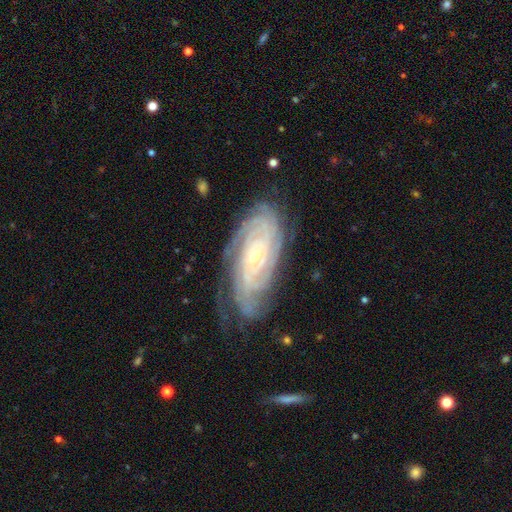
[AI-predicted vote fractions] This is clearly a featured or disk galaxy (89%). It is clearly not viewed edge-on (94%). Bar: likely no (67%). Spiral arm pattern: clearly yes (98%). Spiral arm count: marginally 4 (28%). Spiral winding: clearly tight (81%). Central bulge: likely small (78%). Merging: likely none (72%).